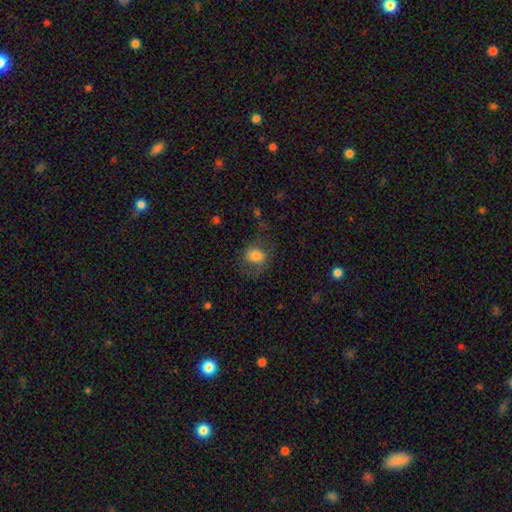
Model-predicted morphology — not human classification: Q: Smooth or featured?
A: smooth (75%); runner-up: featured or disk (15%)
Q: How rounded?
A: round (60%); runner-up: in between (39%)
Q: Merging?
A: none (59%); runner-up: minor disturbance (21%)